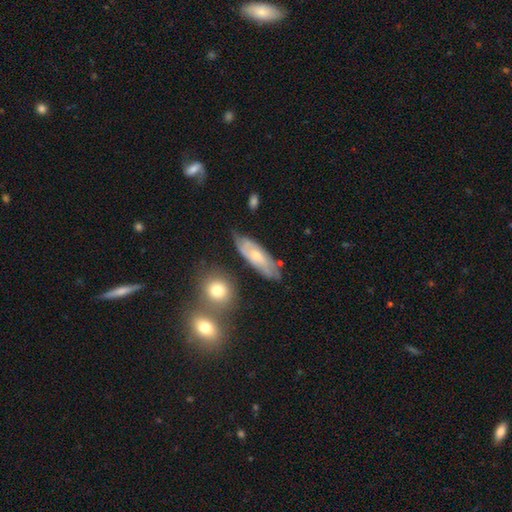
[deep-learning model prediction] This is possibly a featured or disk galaxy (54%). It is likely not viewed edge-on (78%). Merging: likely none (67%).